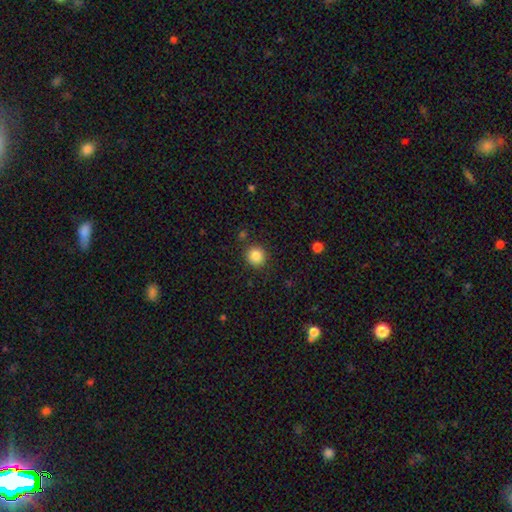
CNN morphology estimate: Smooth or featured?
  - smooth: 86% *
  - star or artifact: 10%
  - featured or disk: 4%
How rounded?
  - round: 91% *
  - in between: 8%
  - cigar-shaped: 1%
Merging?
  - none: 89% *
  - minor disturbance: 7%
  - major disturbance: 2%
  - merger: 2%